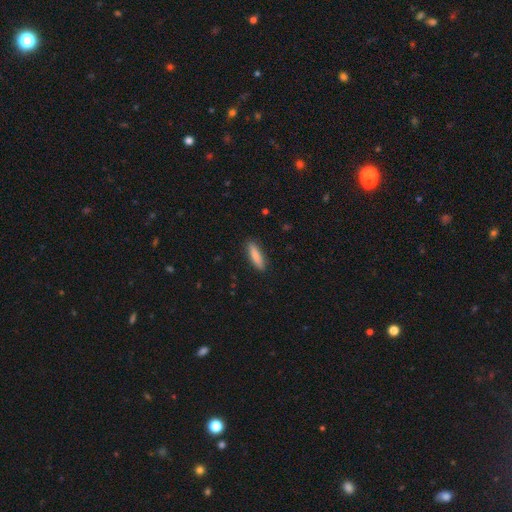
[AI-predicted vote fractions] Smooth or featured? Predicted: smooth (p=0.85). How rounded? Predicted: cigar-shaped (p=0.67). Merging? Predicted: none (p=0.88).